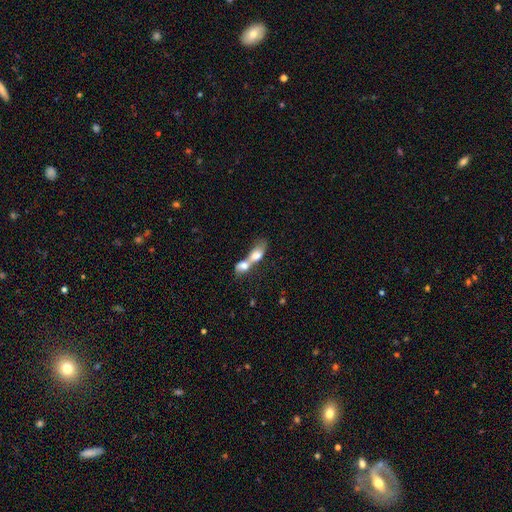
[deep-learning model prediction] A smooth galaxy with no disk features (69%) that is in between round and cigar-shaped (71%). Merging: merger (82%).